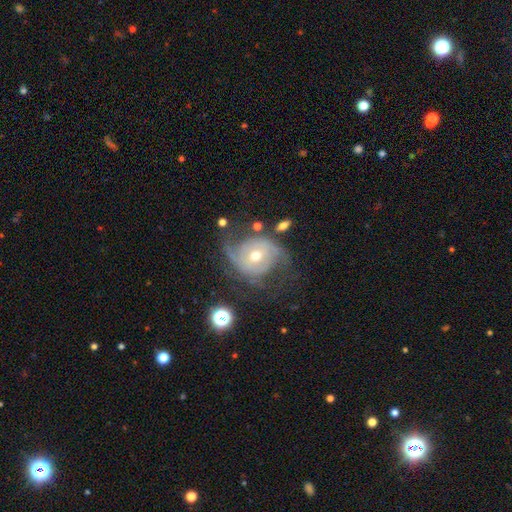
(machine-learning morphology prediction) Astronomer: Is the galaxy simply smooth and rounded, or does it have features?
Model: featured or disk — 78%.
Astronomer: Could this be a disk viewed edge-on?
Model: no — 97%.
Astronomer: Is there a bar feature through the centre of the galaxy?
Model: no — 63%.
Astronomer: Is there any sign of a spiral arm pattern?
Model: yes — 89%.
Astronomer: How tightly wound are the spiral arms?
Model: medium — 40% (runner-up: loose, 31%).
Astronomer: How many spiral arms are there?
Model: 2 — 65%.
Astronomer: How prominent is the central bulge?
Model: moderate — 54% (runner-up: small, 42%).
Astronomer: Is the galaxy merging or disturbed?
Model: none — 50%.